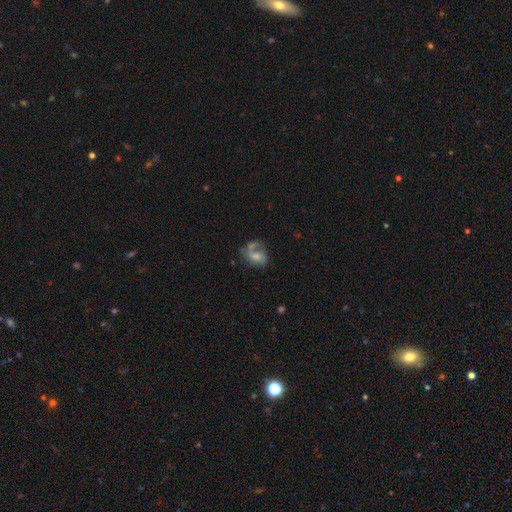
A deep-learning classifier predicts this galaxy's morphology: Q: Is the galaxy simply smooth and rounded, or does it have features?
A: featured or disk — 51%.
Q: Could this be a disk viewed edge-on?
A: no — 97%.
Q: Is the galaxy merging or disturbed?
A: none — 33%.